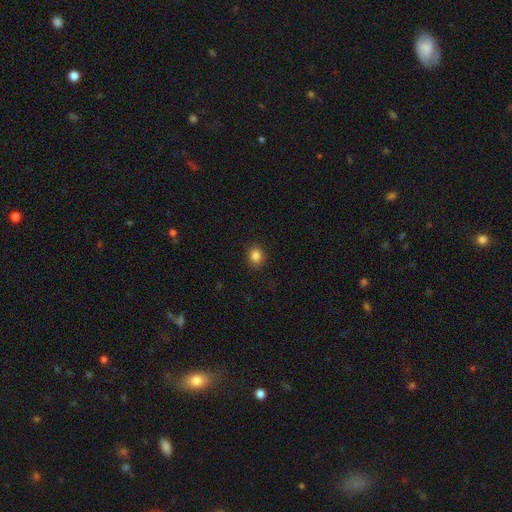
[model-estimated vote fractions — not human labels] Overall: smooth (84%). How rounded: round (76%). Merging: none (91%).